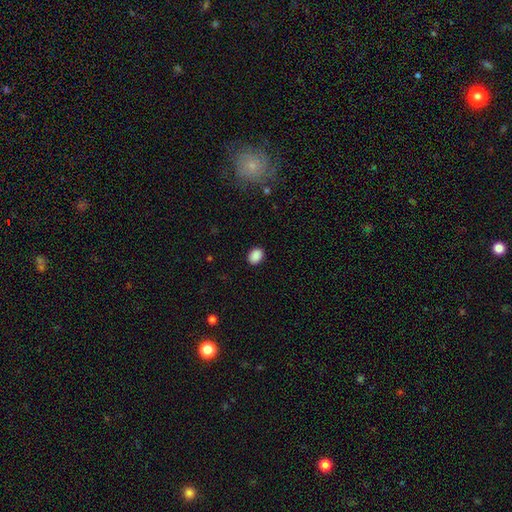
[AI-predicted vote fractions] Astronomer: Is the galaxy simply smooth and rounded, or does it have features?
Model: smooth — 89%.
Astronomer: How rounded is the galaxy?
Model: in between — 65%.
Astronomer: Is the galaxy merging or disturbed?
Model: none — 89%.